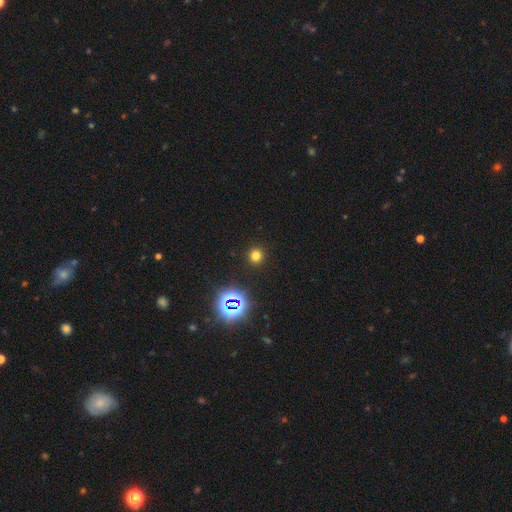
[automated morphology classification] type=smooth (73%); roundness=round (93%); merging=none (92%).